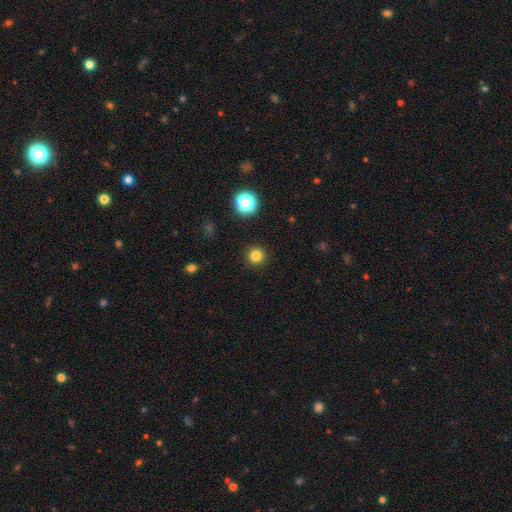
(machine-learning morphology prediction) Smooth or featured?
  - smooth: 80% *
  - star or artifact: 15%
  - featured or disk: 5%
How rounded?
  - round: 95% *
  - in between: 4%
  - cigar-shaped: 1%
Merging?
  - none: 92% *
  - minor disturbance: 5%
  - major disturbance: 2%
  - merger: 1%